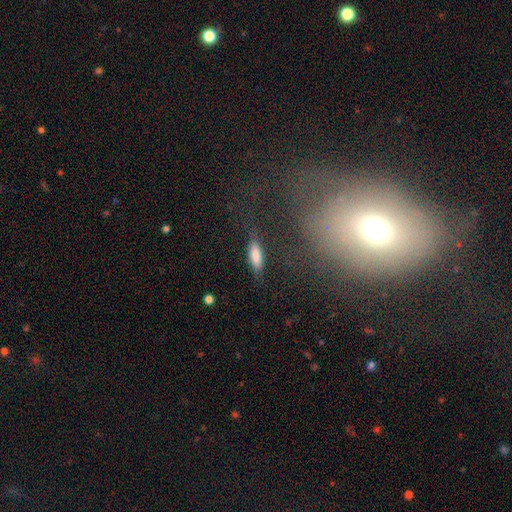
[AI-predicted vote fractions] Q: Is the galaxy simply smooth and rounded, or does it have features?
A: smooth — 80%.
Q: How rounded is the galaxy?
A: in between — 54%.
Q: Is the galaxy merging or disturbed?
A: none — 78%.